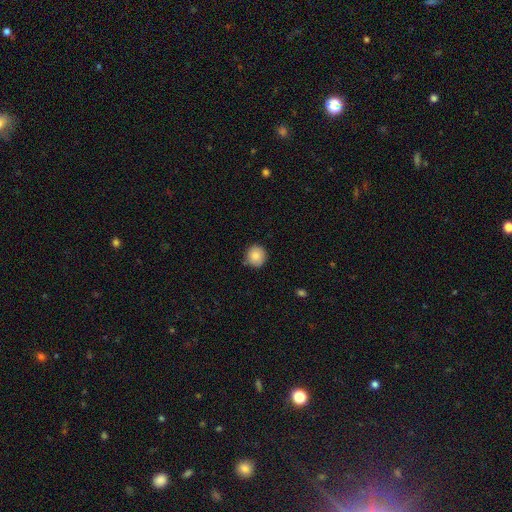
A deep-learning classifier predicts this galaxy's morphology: Smooth or featured? Predicted: smooth (p=0.85). How rounded? Predicted: round (p=0.92). Merging? Predicted: none (p=0.85).